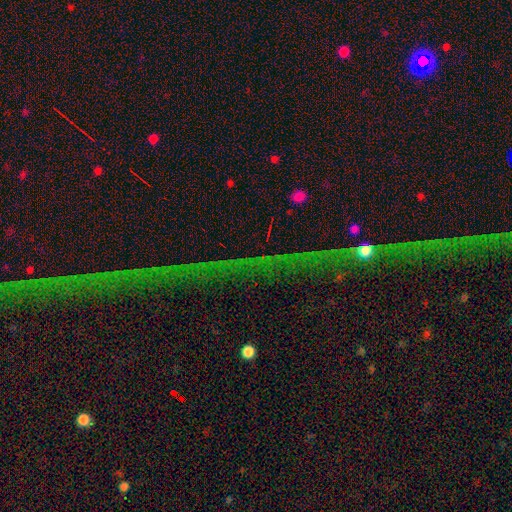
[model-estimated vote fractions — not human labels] This appears to be a star or artifact, not a galaxy (76%).